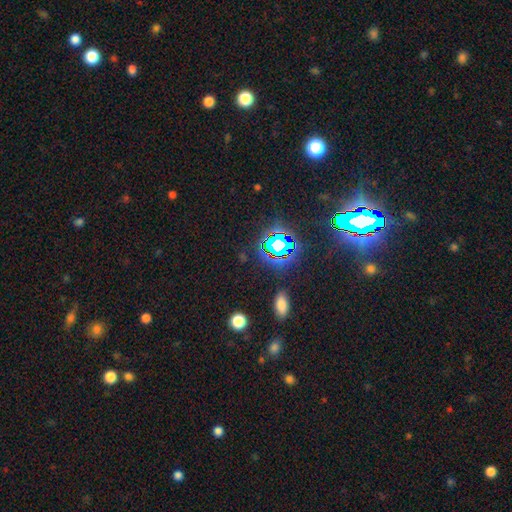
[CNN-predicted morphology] Smooth or featured? Predicted: star or artifact (p=0.81).